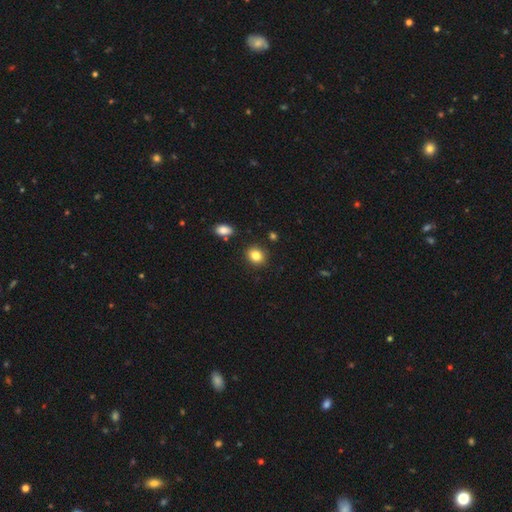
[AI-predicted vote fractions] This is clearly a smooth galaxy (84%). How rounded: likely round (69%). Merging: clearly none (87%).